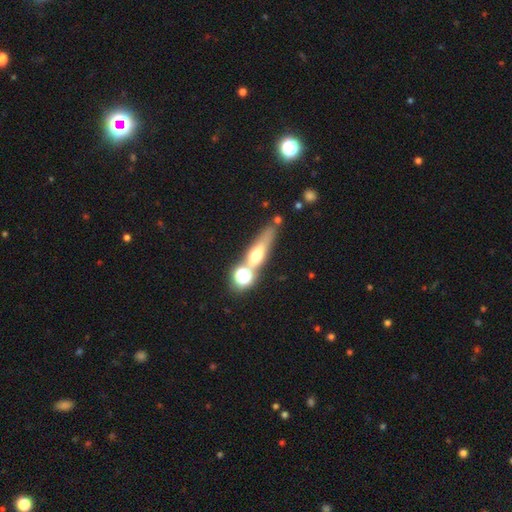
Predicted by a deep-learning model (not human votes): A smooth galaxy with no disk features (45%).

Vote fractions:
- Smooth or featured? smooth: 45% / featured or disk: 37% / star or artifact: 18%
- Merging? none: 53% / merger: 26% / minor disturbance: 13% / major disturbance: 7%